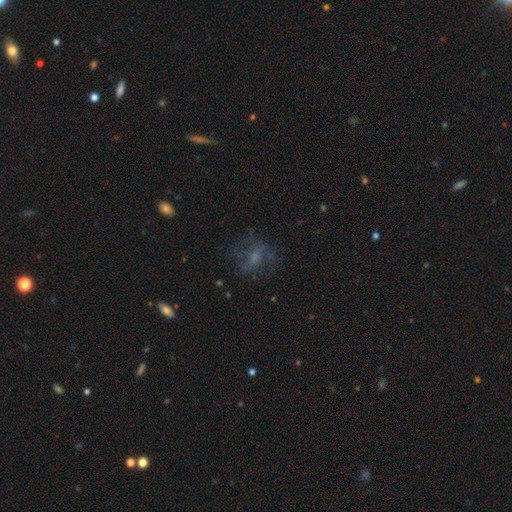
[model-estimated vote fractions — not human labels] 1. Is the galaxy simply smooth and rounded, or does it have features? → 41% featured or disk, 40% smooth, 19% star or artifact.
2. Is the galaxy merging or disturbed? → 56% none, 24% major disturbance, 18% minor disturbance, 2% merger.